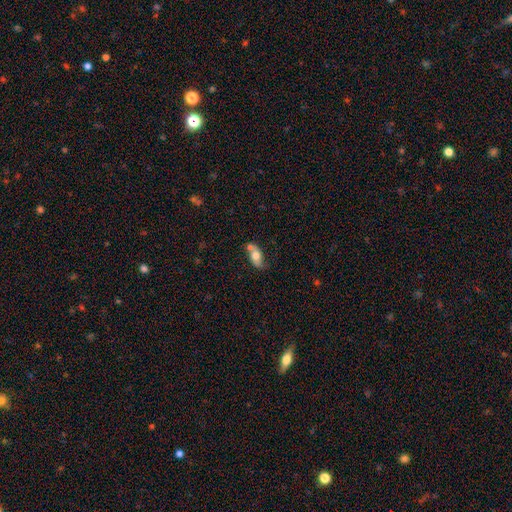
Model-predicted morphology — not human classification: A smooth galaxy with no disk features (60%) that is in between round and cigar-shaped (82%). Merging: none (49%).